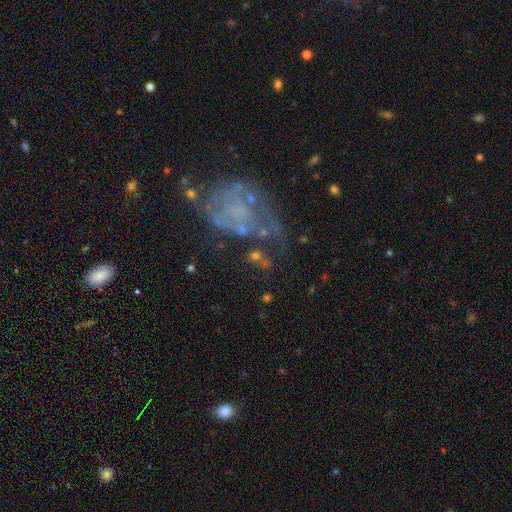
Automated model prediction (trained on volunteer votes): This appears to be a featured or disk galaxy (63%) with no bar (82%), no spiral arms (57%) and no central bulge (66%). Merging: none (39%).